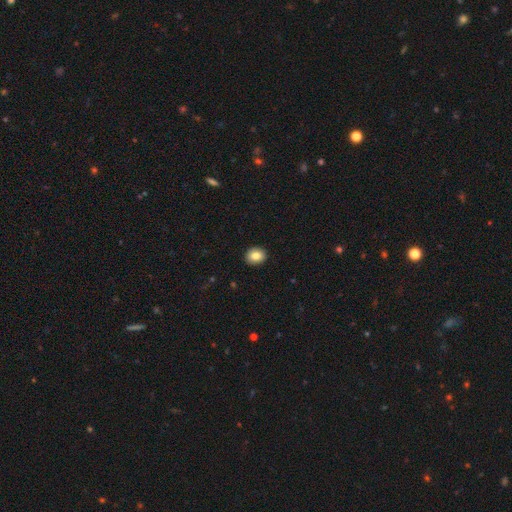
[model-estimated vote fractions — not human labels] Morphology: type=smooth (84%); roundness=round (58%); merging=none (91%).